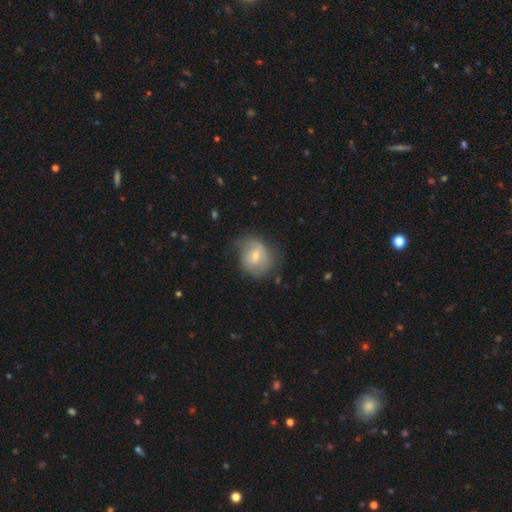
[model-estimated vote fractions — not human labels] smooth_or_featured: featured or disk (p=0.49) [alt: smooth p=0.44]
merging: none (p=0.55) [alt: minor disturbance p=0.29]